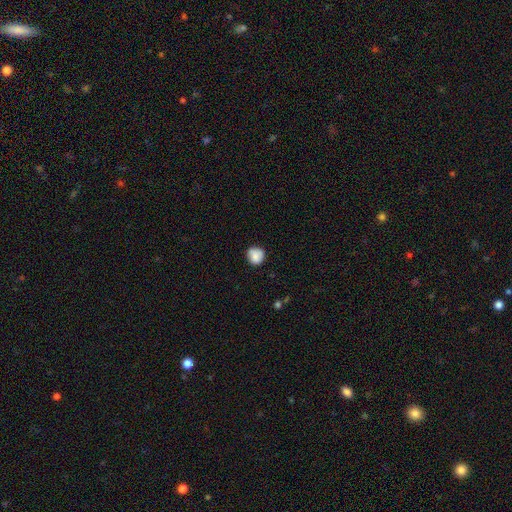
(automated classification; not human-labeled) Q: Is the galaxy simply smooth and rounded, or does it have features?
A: smooth — 83%.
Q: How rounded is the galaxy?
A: round — 88%.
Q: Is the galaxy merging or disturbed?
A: none — 74%.